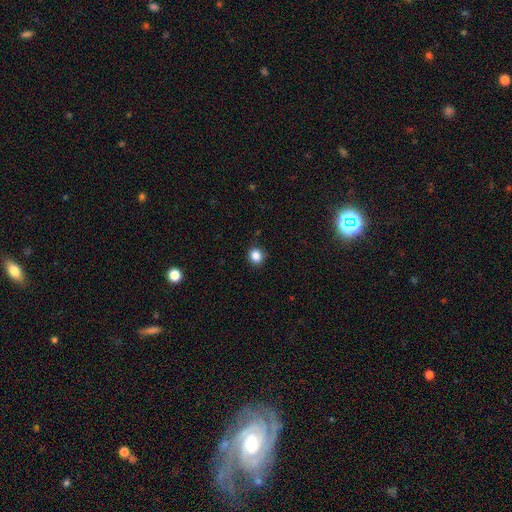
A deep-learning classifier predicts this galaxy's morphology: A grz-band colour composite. It shows a smooth galaxy with no disk features (86%) that is round (76%). Merging: none (89%).